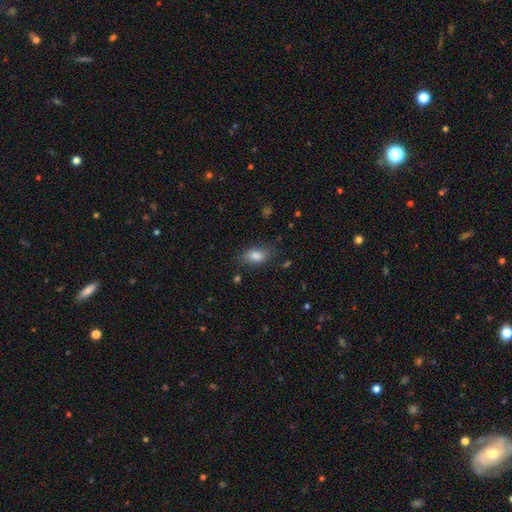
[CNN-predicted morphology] smooth 83%, star or artifact 9%, featured or disk 8%. Down the decision tree: how rounded — in between (87%); merging — none (76%).